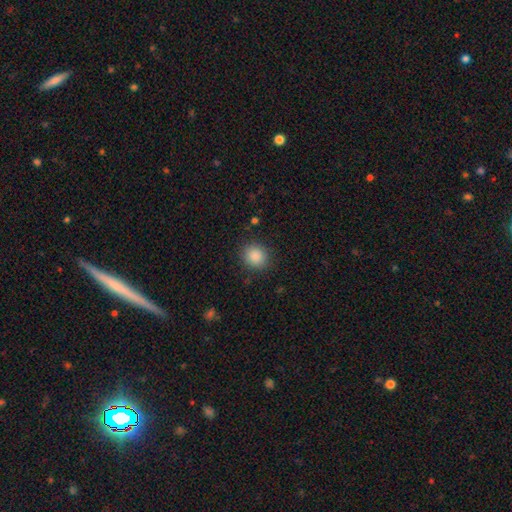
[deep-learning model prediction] Smooth or featured?
  - smooth: 87% *
  - star or artifact: 9%
  - featured or disk: 4%
How rounded?
  - round: 76% *
  - in between: 23%
  - cigar-shaped: 1%
Merging?
  - none: 88% *
  - minor disturbance: 8%
  - major disturbance: 3%
  - merger: 1%